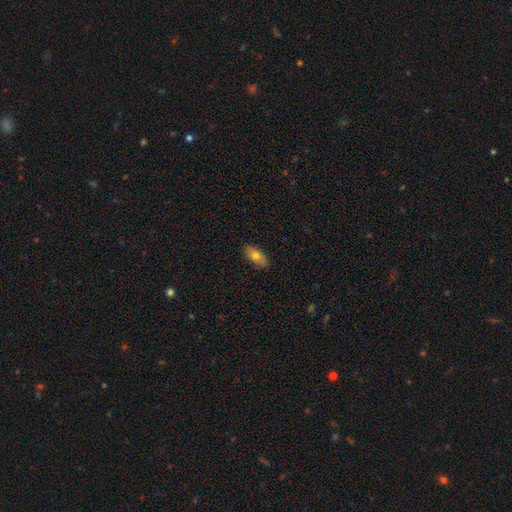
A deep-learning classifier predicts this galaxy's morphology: Q: Smooth or featured?
A: smooth (73%); runner-up: featured or disk (20%)
Q: How rounded?
A: in between (88%); runner-up: cigar-shaped (9%)
Q: Merging?
A: none (87%); runner-up: minor disturbance (10%)